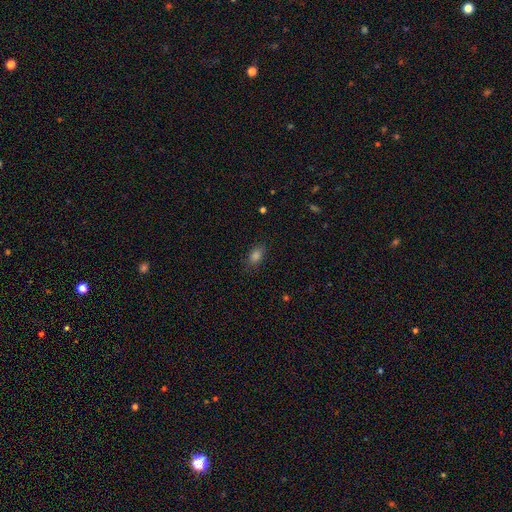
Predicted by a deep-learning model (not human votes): Smooth or featured? Predicted: smooth (p=0.80). How rounded? Predicted: in between (p=0.86). Merging? Predicted: none (p=0.84).